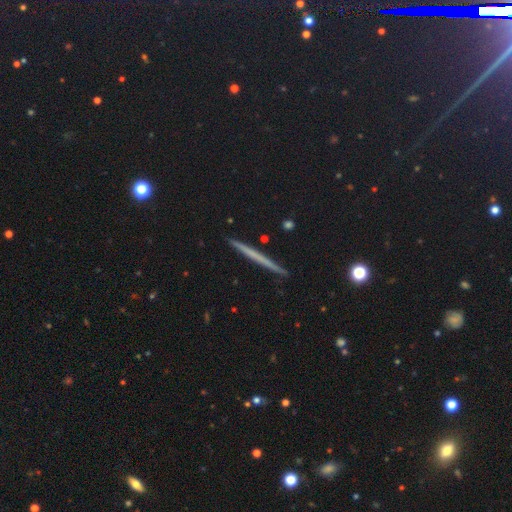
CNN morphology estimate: Smooth or featured?
  - featured or disk: 48% *
  - smooth: 44%
  - star or artifact: 8%
Merging?
  - none: 92% *
  - minor disturbance: 5%
  - merger: 1%
  - major disturbance: 1%